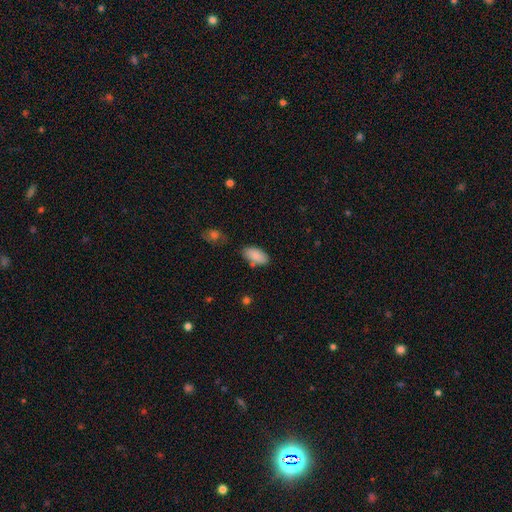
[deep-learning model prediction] Smooth or featured? smooth (88%)
How rounded? in between (93%)
Merging? none (73%)